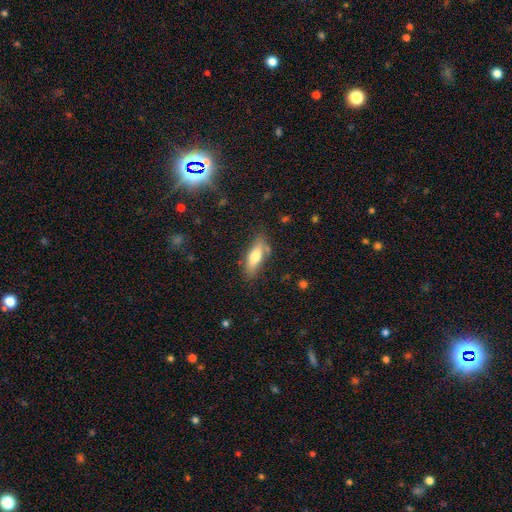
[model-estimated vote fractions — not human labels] Q: Smooth or featured?
A: smooth (69%); runner-up: featured or disk (24%)
Q: How rounded?
A: in between (62%); runner-up: cigar-shaped (35%)
Q: Merging?
A: none (70%); runner-up: minor disturbance (20%)